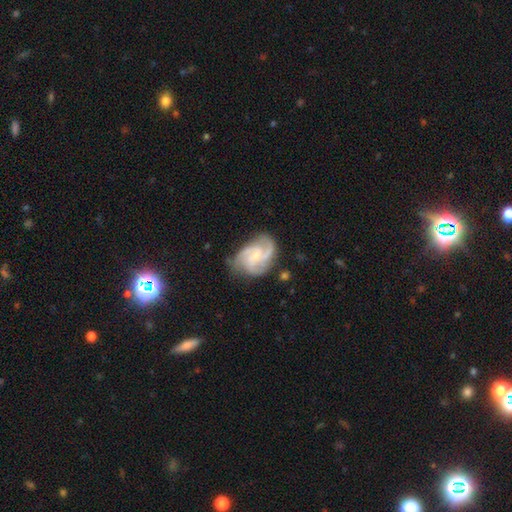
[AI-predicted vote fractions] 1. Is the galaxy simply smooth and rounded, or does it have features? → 87% featured or disk, 8% smooth, 5% star or artifact.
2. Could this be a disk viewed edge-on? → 98% no, 2% yes.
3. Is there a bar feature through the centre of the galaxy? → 52% no, 40% weak, 8% strong.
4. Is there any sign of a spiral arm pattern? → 97% yes, 3% no.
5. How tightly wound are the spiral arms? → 53% medium, 32% tight, 15% loose.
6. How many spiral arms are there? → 61% 3, 13% 2, 11% 4, 8% can't tell, 4% 1, 4% more than 4.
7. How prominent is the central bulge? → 63% small, 27% moderate, 7% none, 1% large, 1% dominant.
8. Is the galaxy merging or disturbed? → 65% none, 23% minor disturbance, 10% major disturbance, 2% merger.